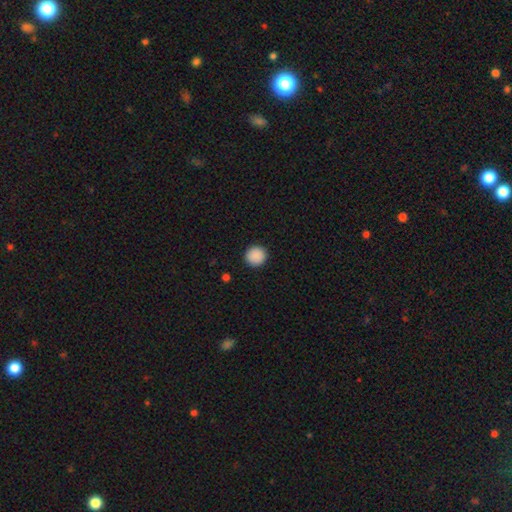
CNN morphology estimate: Q: Smooth or featured?
A: smooth (90%); runner-up: star or artifact (8%)
Q: How rounded?
A: round (96%); runner-up: in between (3%)
Q: Merging?
A: none (93%); runner-up: minor disturbance (4%)